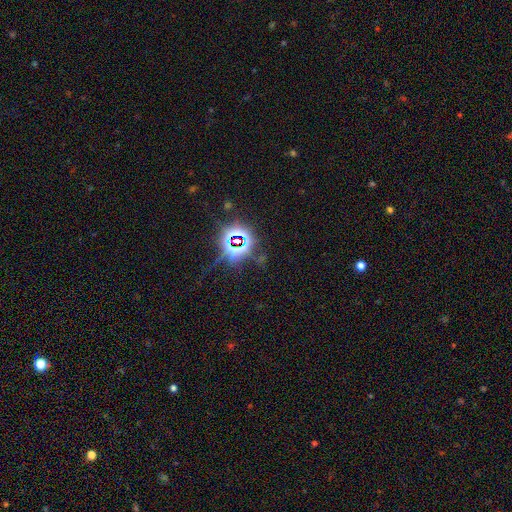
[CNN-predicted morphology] Smooth or featured? Predicted: star or artifact (p=0.81).